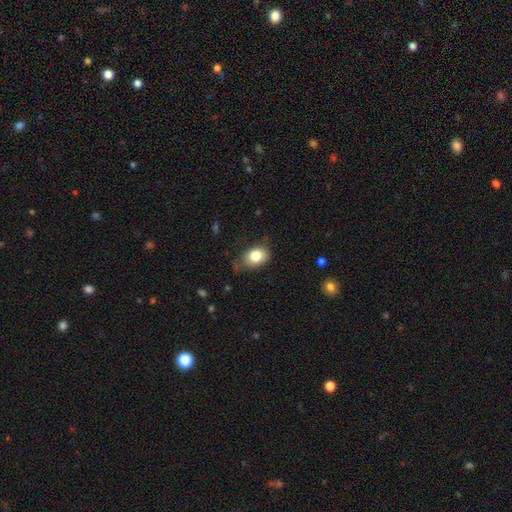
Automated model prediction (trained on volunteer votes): This is clearly a smooth galaxy (80%). How rounded: likely in between (75%). Merging: possibly none (59%).